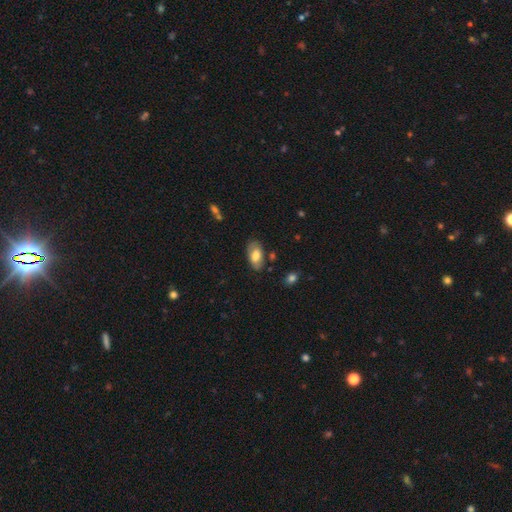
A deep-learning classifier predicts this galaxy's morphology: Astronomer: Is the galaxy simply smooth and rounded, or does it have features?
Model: smooth — 69%.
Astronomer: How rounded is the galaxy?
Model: in between — 94%.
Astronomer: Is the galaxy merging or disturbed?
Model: none — 76%.